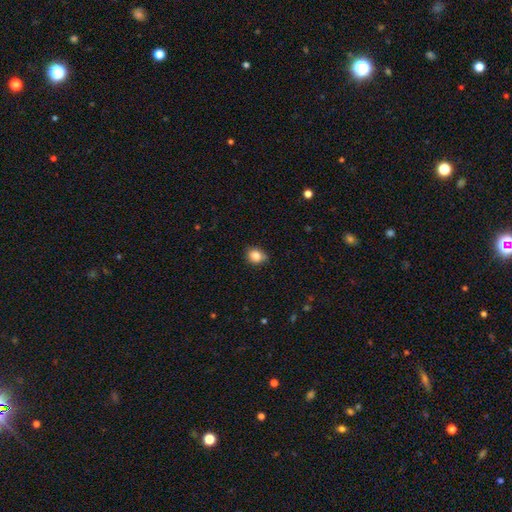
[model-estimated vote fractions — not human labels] The model was most divided on "how rounded": round: 65%, in between: 34%, cigar-shaped: 1%. More confident: smooth or featured — smooth (85%); merging — none (69%).